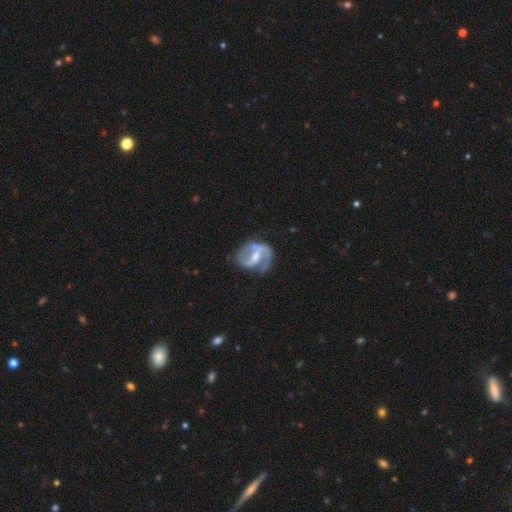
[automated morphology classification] This is clearly a featured or disk galaxy (84%). It is clearly not viewed edge-on (98%). Bar: possibly weak (45%). Spiral arm pattern: clearly yes (91%). Spiral arm count: likely 2 (75%). Spiral winding: possibly medium (49%). Central bulge: possibly moderate (51%). Merging: possibly none (56%).